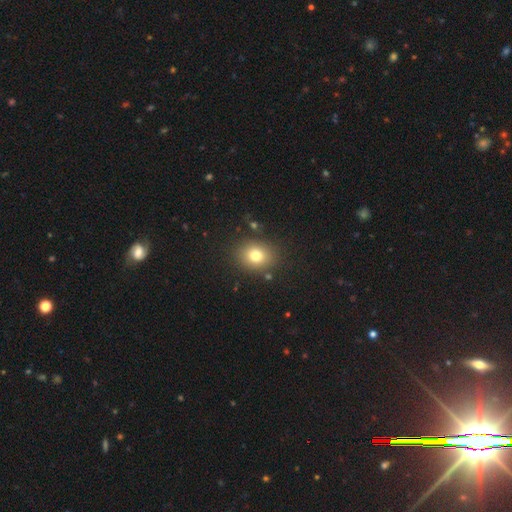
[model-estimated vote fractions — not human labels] smooth_or_featured: smooth (p=0.78) [alt: star or artifact p=0.13]
how_rounded: round (p=0.55) [alt: in between p=0.44]
merging: none (p=0.85) [alt: minor disturbance p=0.09]